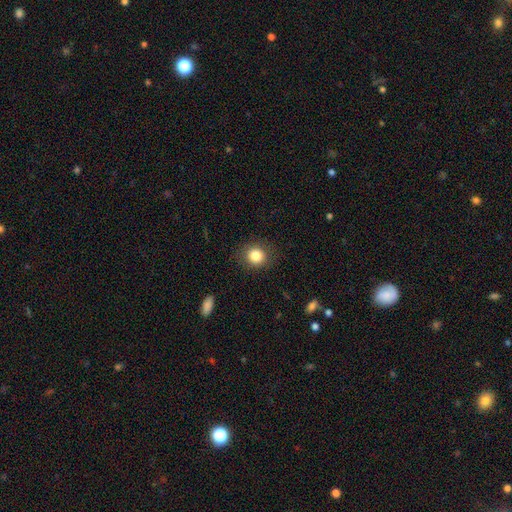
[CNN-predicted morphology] type=smooth (83%); roundness=round (79%); merging=none (86%).